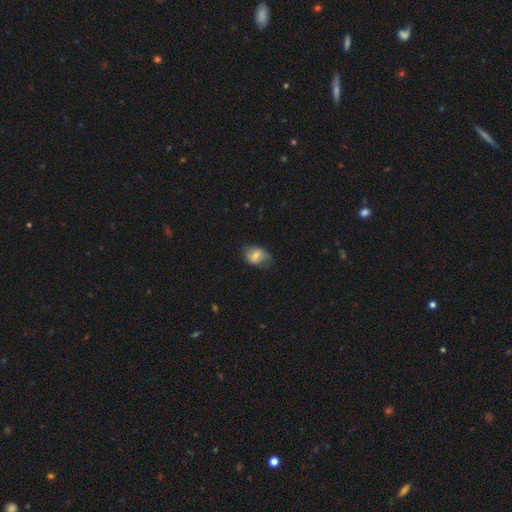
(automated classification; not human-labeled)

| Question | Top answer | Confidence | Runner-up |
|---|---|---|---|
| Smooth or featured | smooth | 57% | featured or disk (35%) |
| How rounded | in between | 71% | round (27%) |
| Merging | none | 63% | minor disturbance (26%) |